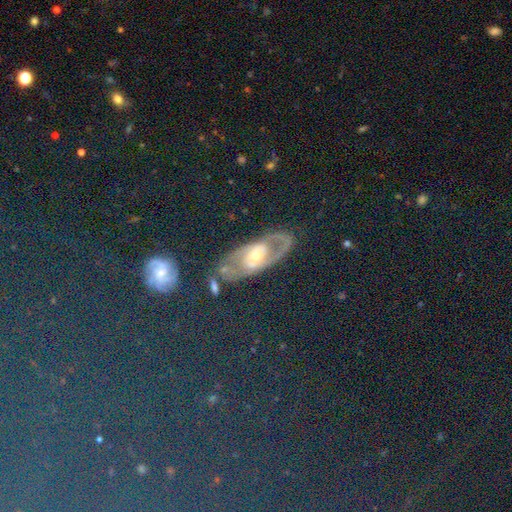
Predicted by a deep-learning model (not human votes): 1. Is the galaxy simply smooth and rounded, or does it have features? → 41% featured or disk, 34% star or artifact, 25% smooth.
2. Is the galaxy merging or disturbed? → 63% none, 19% minor disturbance, 12% major disturbance, 6% merger.